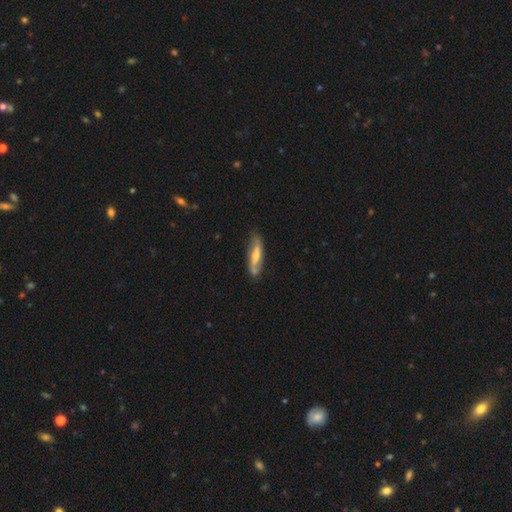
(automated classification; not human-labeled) The model was most divided on "smooth or featured": featured or disk: 54%, smooth: 40%, star or artifact: 6%. More confident: merging — none (70%); edge-on disk — no (62%).